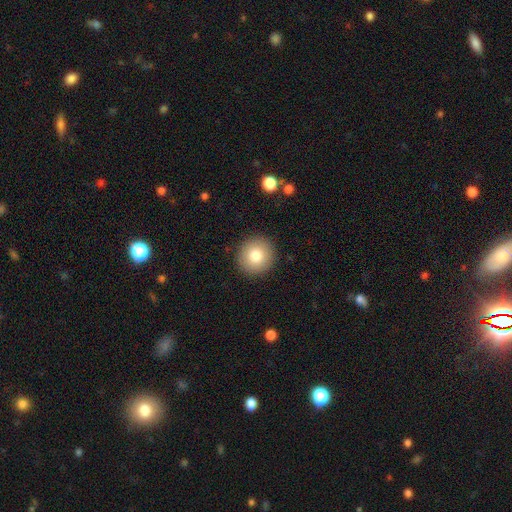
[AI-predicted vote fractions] This appears to be a smooth galaxy with no disk features (82%) that is round (92%). Merging: none (91%).